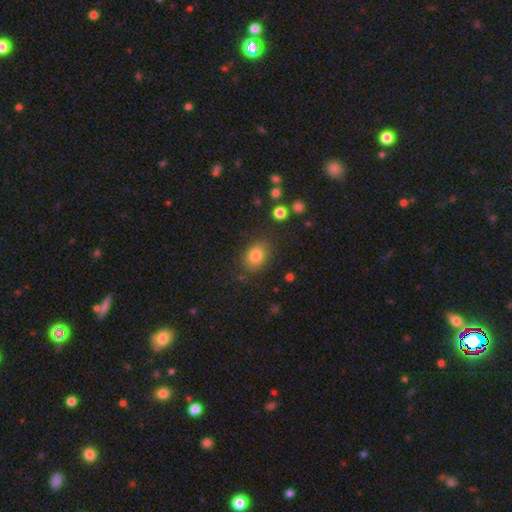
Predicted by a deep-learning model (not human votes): Q: Smooth or featured?
A: smooth (82%); runner-up: star or artifact (10%)
Q: How rounded?
A: in between (65%); runner-up: round (34%)
Q: Merging?
A: none (78%); runner-up: minor disturbance (15%)